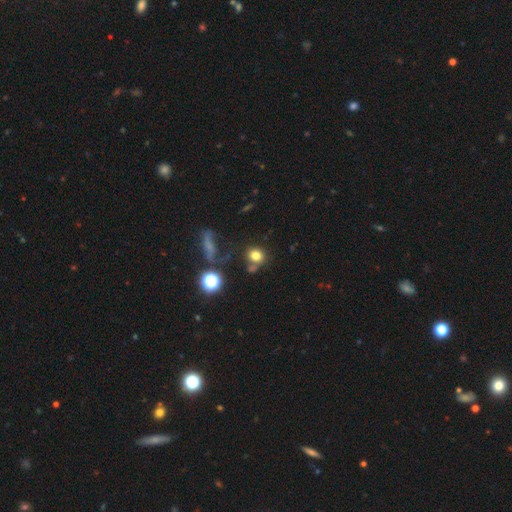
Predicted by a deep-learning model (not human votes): Smooth or featured? smooth (74%)
How rounded? round (76%)
Merging? none (61%)